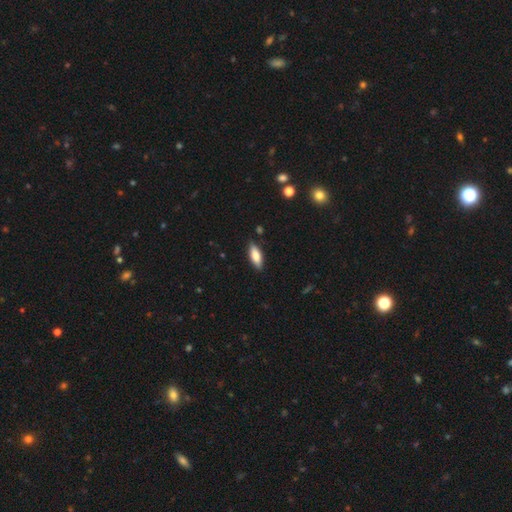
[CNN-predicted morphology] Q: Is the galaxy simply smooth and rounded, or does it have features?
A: smooth — 75%.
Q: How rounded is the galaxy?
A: in between — 70%.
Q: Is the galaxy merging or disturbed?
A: none — 86%.